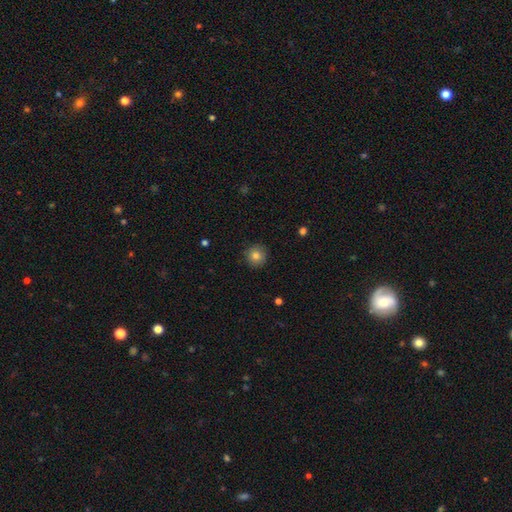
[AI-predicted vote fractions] Smooth or featured? smooth (82%)
How rounded? round (95%)
Merging? none (90%)